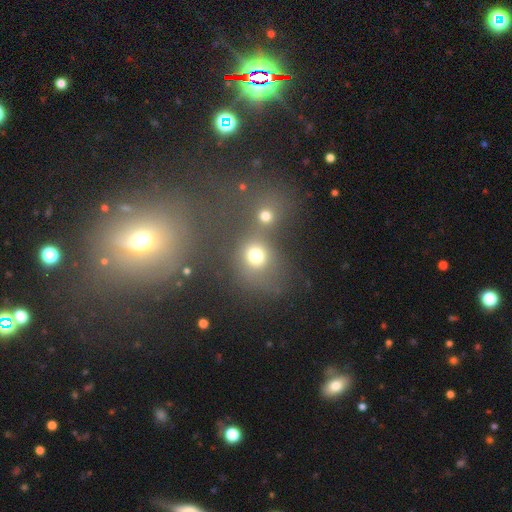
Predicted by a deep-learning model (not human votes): This appears to be a smooth galaxy with no disk features (71%) that is round (75%). Merging: none (43%).